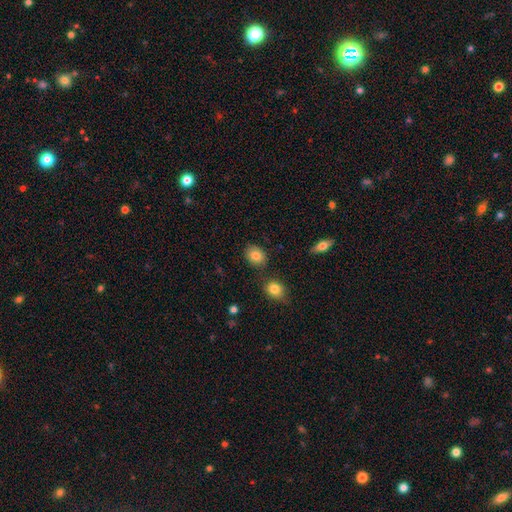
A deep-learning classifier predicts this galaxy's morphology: Smooth or featured? Predicted: smooth (p=0.83). How rounded? Predicted: in between (p=0.54). Merging? Predicted: none (p=0.80).